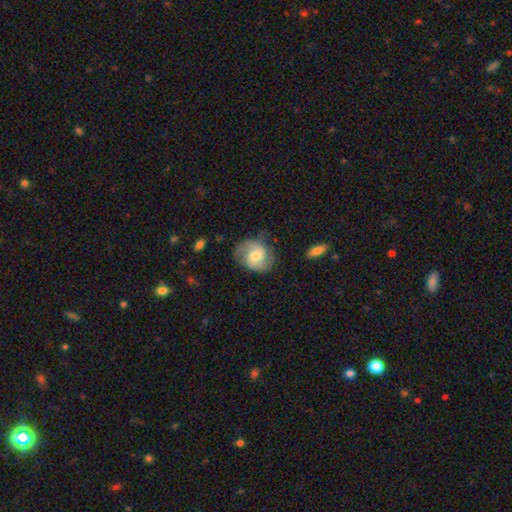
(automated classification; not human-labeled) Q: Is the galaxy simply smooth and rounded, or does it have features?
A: featured or disk — 61%.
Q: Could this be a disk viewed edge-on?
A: no — 97%.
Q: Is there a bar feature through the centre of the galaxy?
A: no — 49%.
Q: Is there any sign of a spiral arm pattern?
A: yes — 89%.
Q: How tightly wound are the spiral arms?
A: medium — 49%.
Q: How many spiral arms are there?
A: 2 — 86%.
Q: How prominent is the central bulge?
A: moderate — 60%.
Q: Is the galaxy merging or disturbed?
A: none — 74%.